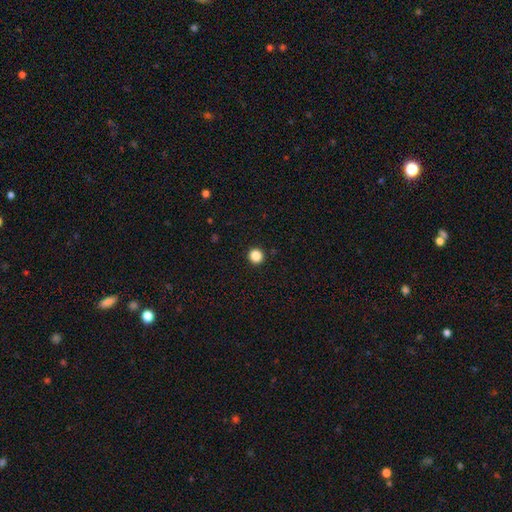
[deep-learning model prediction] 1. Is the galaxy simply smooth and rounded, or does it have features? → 87% smooth, 11% star or artifact, 3% featured or disk.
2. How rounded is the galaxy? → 95% round, 4% in between, 1% cigar-shaped.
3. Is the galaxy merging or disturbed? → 93% none, 4% minor disturbance, 1% major disturbance, 1% merger.